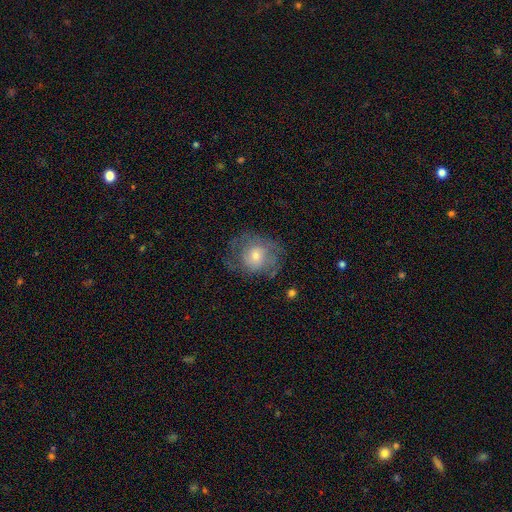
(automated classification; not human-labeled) The model was most divided on "smooth or featured": featured or disk: 48%, smooth: 42%, star or artifact: 10%. More confident: merging — none (60%).